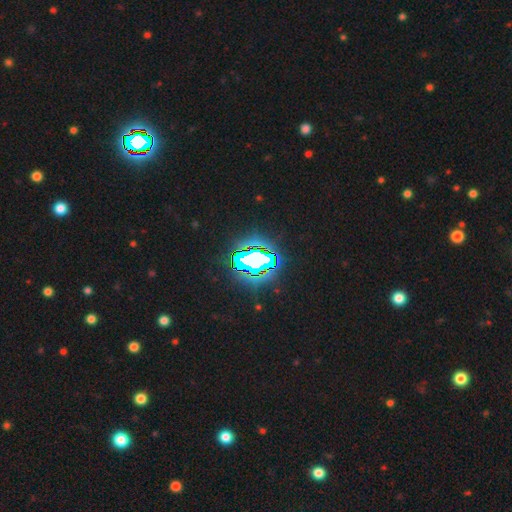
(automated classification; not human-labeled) The model was most divided on "smooth or featured": star or artifact: 72%, smooth: 15%, featured or disk: 13%.